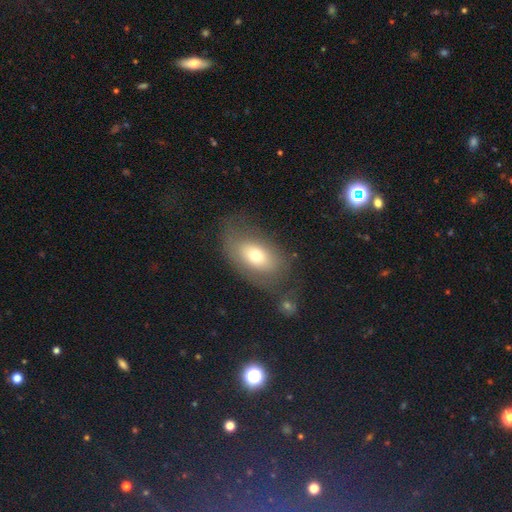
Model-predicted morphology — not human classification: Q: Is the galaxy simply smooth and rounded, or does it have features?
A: smooth — 64%.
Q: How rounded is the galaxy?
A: in between — 87%.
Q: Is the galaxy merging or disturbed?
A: none — 58%.